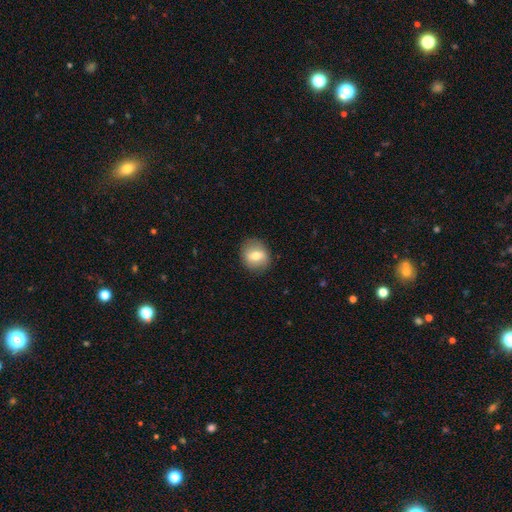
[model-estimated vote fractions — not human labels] Overall: smooth (63%; featured or disk 29%). How rounded: round (76%). Merging: none (86%).